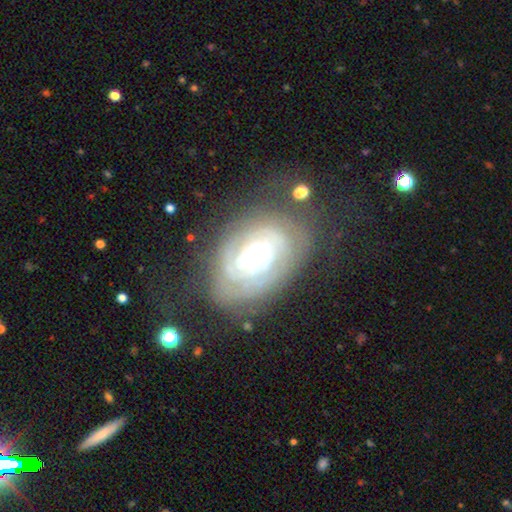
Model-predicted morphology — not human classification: smooth-or-featured: featured or disk: 81% | smooth: 13% | star or artifact: 6%
  disk-edge-on: no: 96% | yes: 4%
    bar: no: 75% | weak: 19% | strong: 6%
    has-spiral-arms: yes: 88% | no: 12%
      spiral-winding: tight: 80% | medium: 15% | loose: 5%
      spiral-arm-count: can't tell: 49% | 2: 20% | 3: 13% | 4: 8% | more than 4: 5% | 1: 5%
    bulge-size: small: 56% | moderate: 38% | large: 4% | dominant: 1% | none: 1%
  merging: none: 66% | minor disturbance: 20% | major disturbance: 12% | merger: 2%